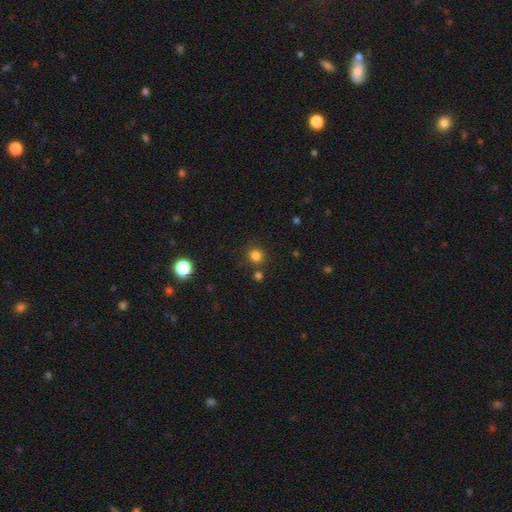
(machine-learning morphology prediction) Smooth or featured? smooth (81%)
How rounded? round (91%)
Merging? none (82%)